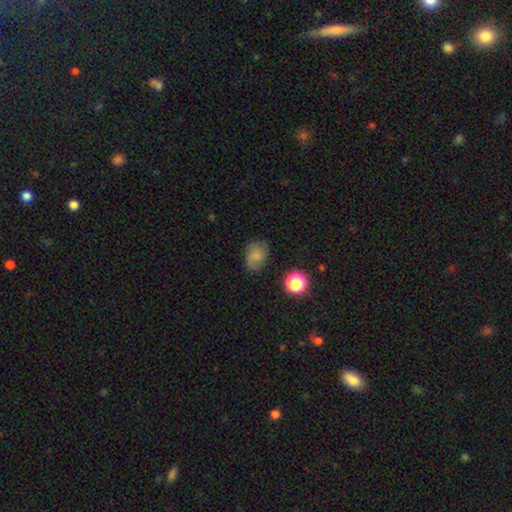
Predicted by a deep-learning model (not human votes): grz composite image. It shows a smooth galaxy with no disk features (75%) that is in between round and cigar-shaped (64%). Merging: none (69%).